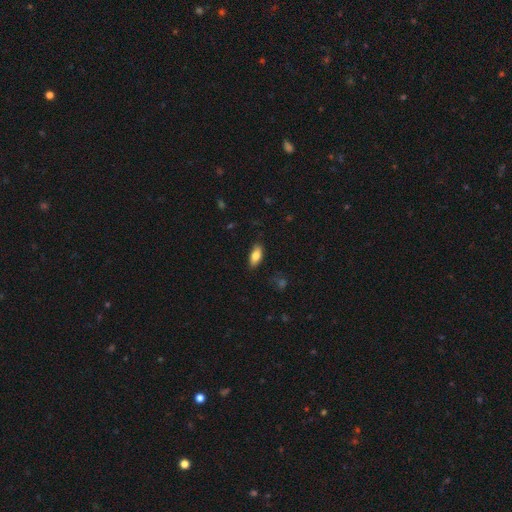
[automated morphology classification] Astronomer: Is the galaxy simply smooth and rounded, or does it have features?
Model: smooth — 80%.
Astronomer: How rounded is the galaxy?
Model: in between — 85%.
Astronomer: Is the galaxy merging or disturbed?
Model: none — 84%.